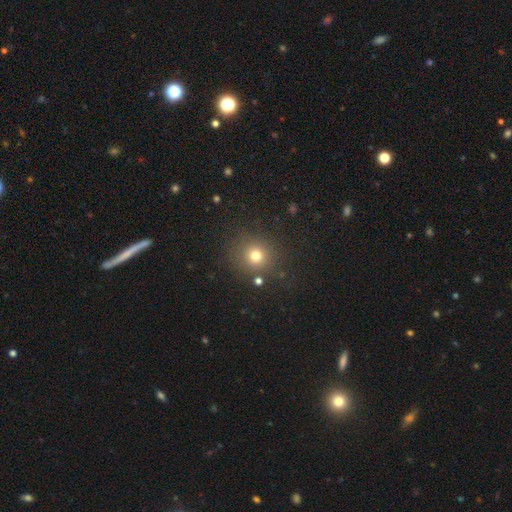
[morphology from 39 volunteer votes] type=smooth (82%); roundness=round (97%); merging=none (89%).